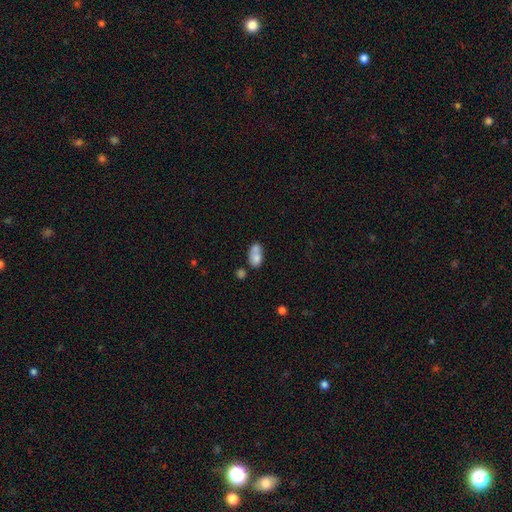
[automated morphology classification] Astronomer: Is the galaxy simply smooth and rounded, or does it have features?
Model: smooth — 72%.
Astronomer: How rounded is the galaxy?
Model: in between — 79%.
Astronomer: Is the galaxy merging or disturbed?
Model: merger — 56%.